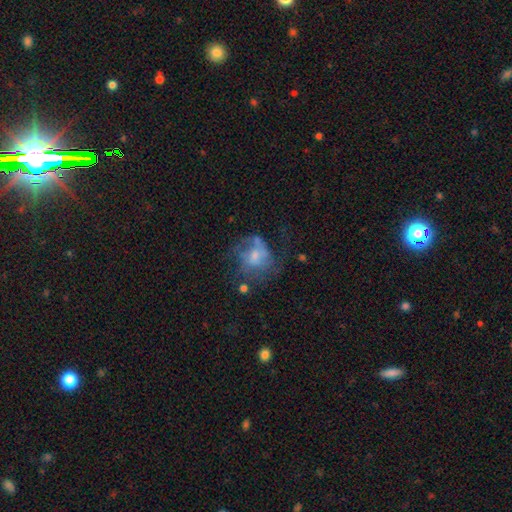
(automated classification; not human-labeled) Smooth or featured? featured or disk (53%)
Edge-on disk? no (98%)
Bar? no (69%)
Spiral arms? no (51%)
Bulge size? moderate (39%)
Merging? major disturbance (39%)